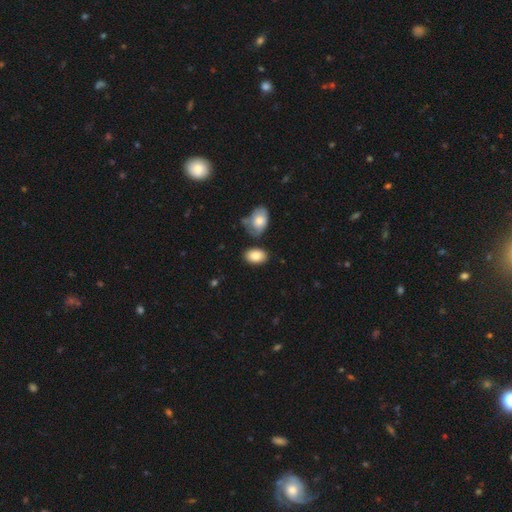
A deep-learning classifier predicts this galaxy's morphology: Q: Smooth or featured?
A: smooth (84%); runner-up: featured or disk (9%)
Q: How rounded?
A: in between (88%); runner-up: round (11%)
Q: Merging?
A: none (71%); runner-up: minor disturbance (15%)